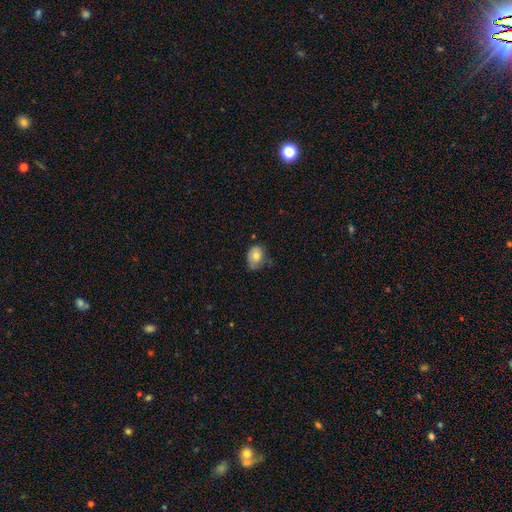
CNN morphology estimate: Q: Smooth or featured?
A: smooth (72%); runner-up: featured or disk (20%)
Q: How rounded?
A: in between (69%); runner-up: round (30%)
Q: Merging?
A: none (54%); runner-up: minor disturbance (35%)